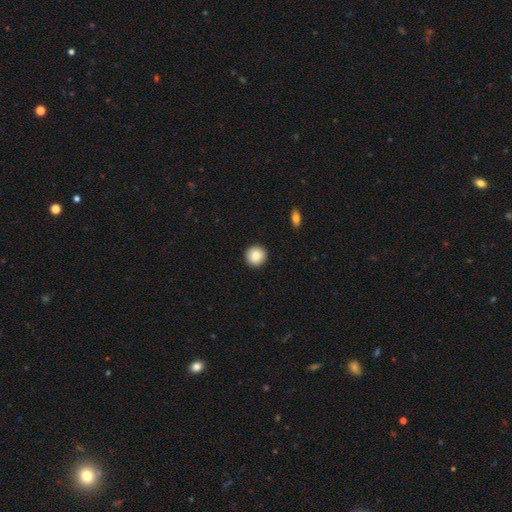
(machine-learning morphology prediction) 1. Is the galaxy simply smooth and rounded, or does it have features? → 87% smooth, 8% star or artifact, 5% featured or disk.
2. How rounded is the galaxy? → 95% round, 4% in between, 1% cigar-shaped.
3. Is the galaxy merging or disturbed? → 93% none, 5% minor disturbance, 1% major disturbance, 1% merger.